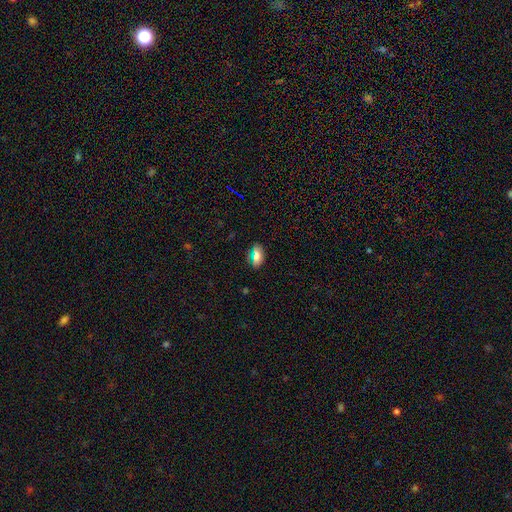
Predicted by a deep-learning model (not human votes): Smooth or featured?
  - smooth: 70% *
  - star or artifact: 18%
  - featured or disk: 12%
How rounded?
  - in between: 83% *
  - round: 11%
  - cigar-shaped: 6%
Merging?
  - none: 82% *
  - minor disturbance: 13%
  - major disturbance: 3%
  - merger: 2%